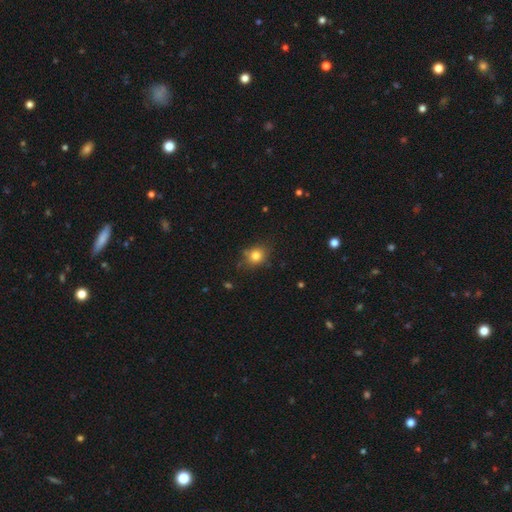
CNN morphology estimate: A smooth galaxy with no disk features (80%) that is round (68%). Merging: none (76%).